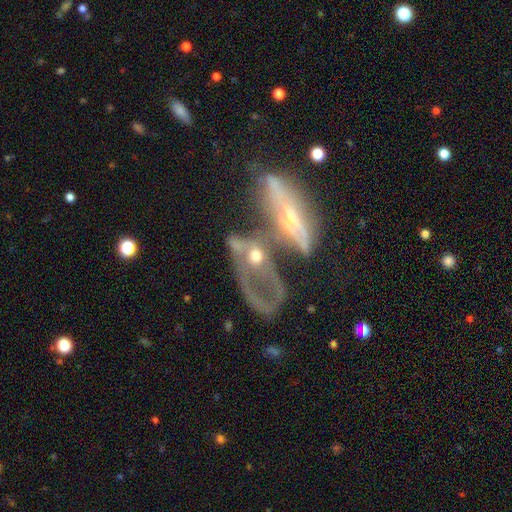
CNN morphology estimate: A featured or disk galaxy (61%). Merging: merger (61%).